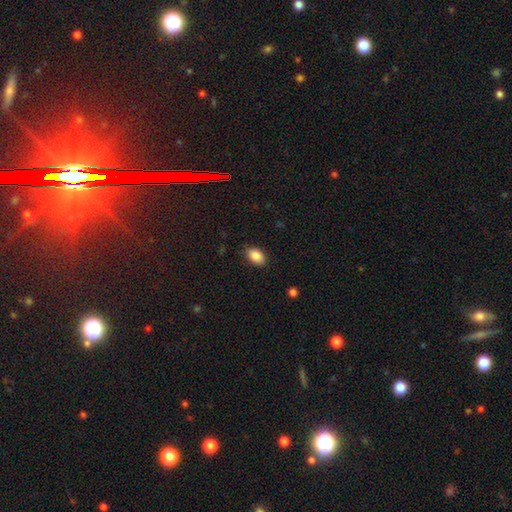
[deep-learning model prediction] Smooth or featured? smooth (88%)
How rounded? in between (89%)
Merging? none (86%)